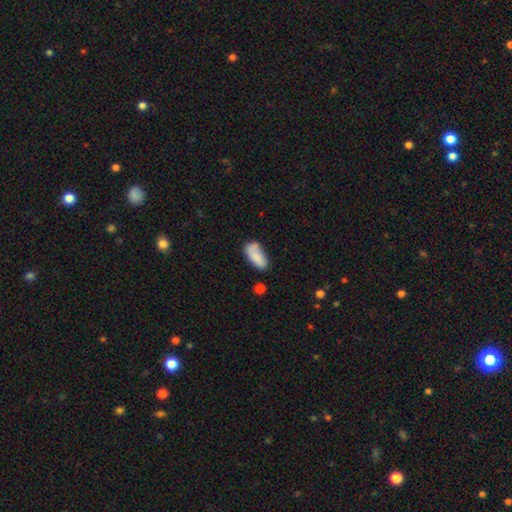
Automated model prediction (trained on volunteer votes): A smooth galaxy with no disk features (82%) that is in between round and cigar-shaped (85%). Merging: none (56%).